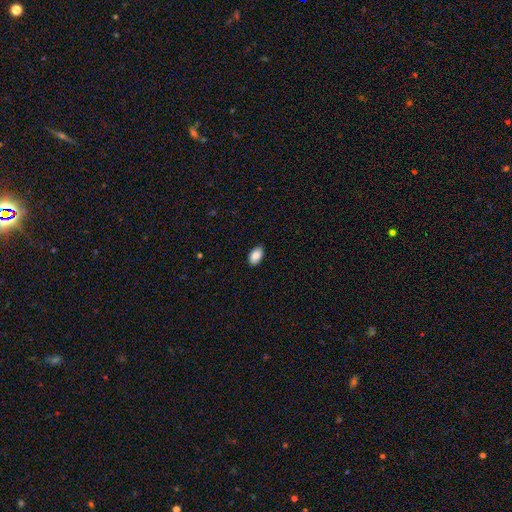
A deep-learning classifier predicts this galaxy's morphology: Smooth or featured? Predicted: smooth (p=0.89). How rounded? Predicted: in between (p=0.93). Merging? Predicted: none (p=0.84).